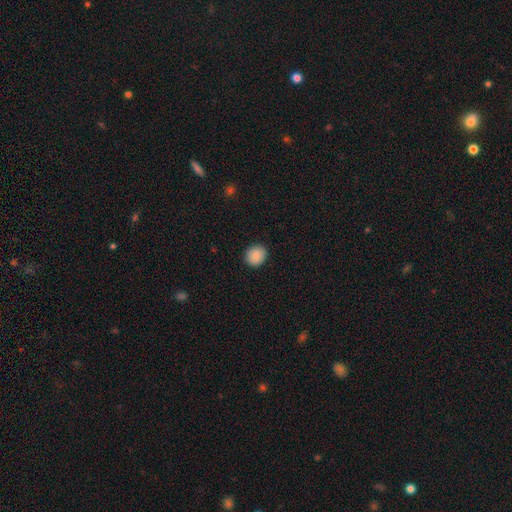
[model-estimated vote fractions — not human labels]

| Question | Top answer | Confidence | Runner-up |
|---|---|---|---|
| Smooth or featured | smooth | 88% | star or artifact (8%) |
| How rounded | round | 79% | in between (20%) |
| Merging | none | 91% | minor disturbance (7%) |